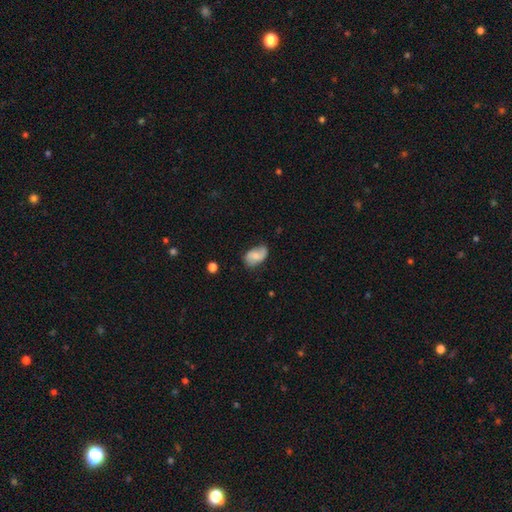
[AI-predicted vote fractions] smooth 57%, featured or disk 35%, star or artifact 8%. Down the decision tree: how rounded — in between (89%); merging — none (59%).